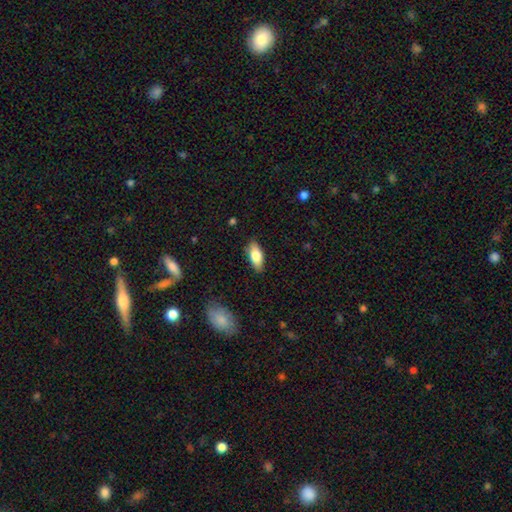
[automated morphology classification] smooth 78%, featured or disk 16%, star or artifact 6%. Down the decision tree: how rounded — in between (84%); merging — none (86%).